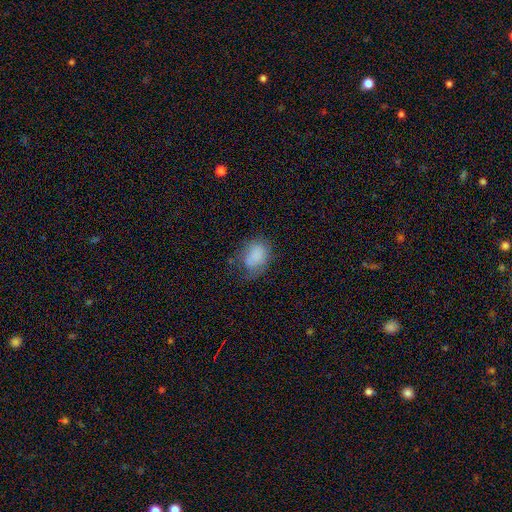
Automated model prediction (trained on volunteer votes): Q: Smooth or featured?
A: smooth (79%); runner-up: featured or disk (12%)
Q: How rounded?
A: in between (70%); runner-up: round (29%)
Q: Merging?
A: none (49%); runner-up: minor disturbance (30%)